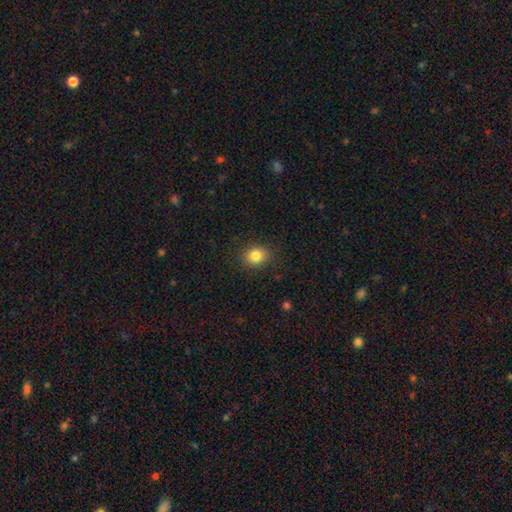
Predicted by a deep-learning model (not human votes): Smooth or featured?
  - smooth: 83% *
  - star or artifact: 11%
  - featured or disk: 6%
How rounded?
  - round: 73% *
  - in between: 27%
  - cigar-shaped: 1%
Merging?
  - none: 88% *
  - minor disturbance: 8%
  - major disturbance: 3%
  - merger: 1%